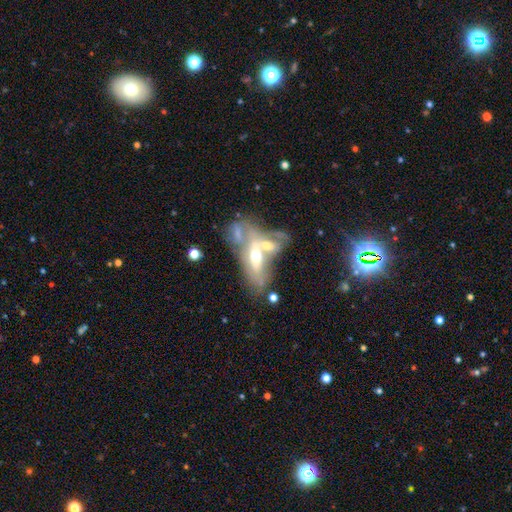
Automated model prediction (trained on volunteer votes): The model was most divided on "spiral arms": no: 64%, yes: 36%. More confident: edge-on disk — no (79%); bar — no (73%); bulge size — moderate (66%); merging — merger (65%); smooth or featured — featured or disk (65%).